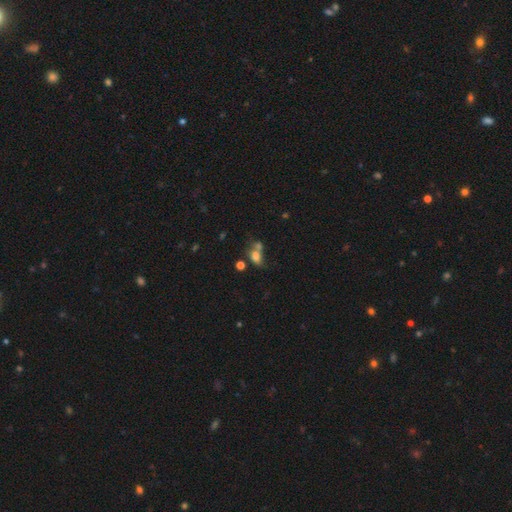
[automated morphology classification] smooth 72%, star or artifact 15%, featured or disk 13%. Down the decision tree: how rounded — in between (70%); merging — merger (44%).